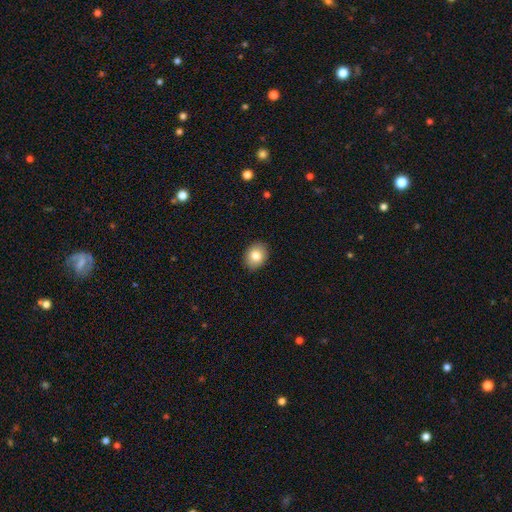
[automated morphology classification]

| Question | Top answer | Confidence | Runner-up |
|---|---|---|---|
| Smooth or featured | smooth | 83% | featured or disk (9%) |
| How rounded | in between | 55% | round (44%) |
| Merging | none | 90% | minor disturbance (7%) |